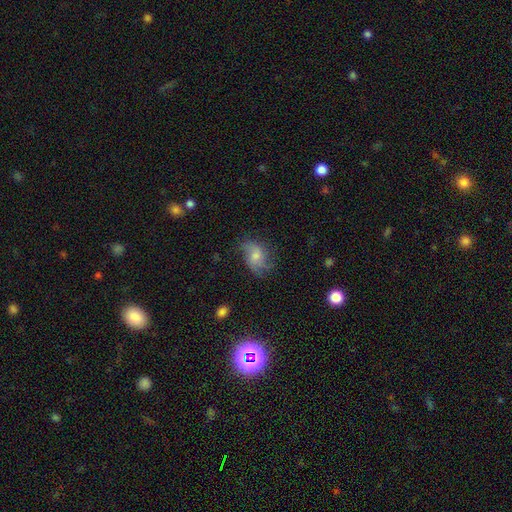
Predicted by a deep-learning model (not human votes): Smooth or featured: featured or disk — 52% (smooth — 34%)
Edge-on disk: no — 96% (yes — 4%)
Merging: none — 62% (minor disturbance — 24%)